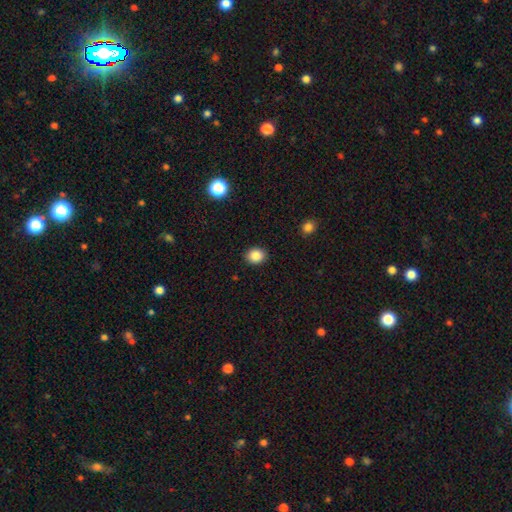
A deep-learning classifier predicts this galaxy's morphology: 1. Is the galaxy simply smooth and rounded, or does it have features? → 86% smooth, 10% star or artifact, 4% featured or disk.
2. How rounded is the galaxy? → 63% round, 36% in between, 1% cigar-shaped.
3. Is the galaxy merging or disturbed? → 91% none, 6% minor disturbance, 2% major disturbance, 1% merger.